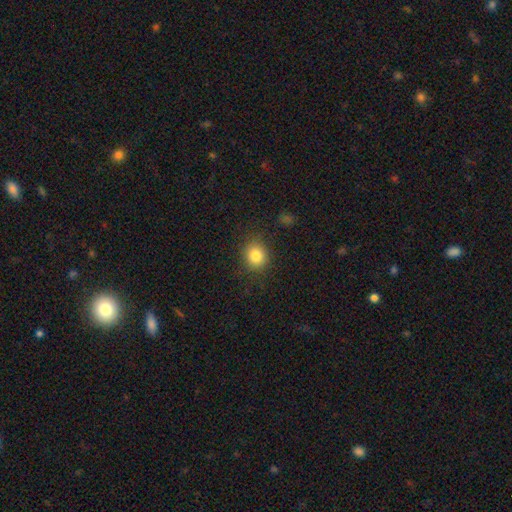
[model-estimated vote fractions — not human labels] Smooth or featured? smooth (83%)
How rounded? round (78%)
Merging? none (85%)